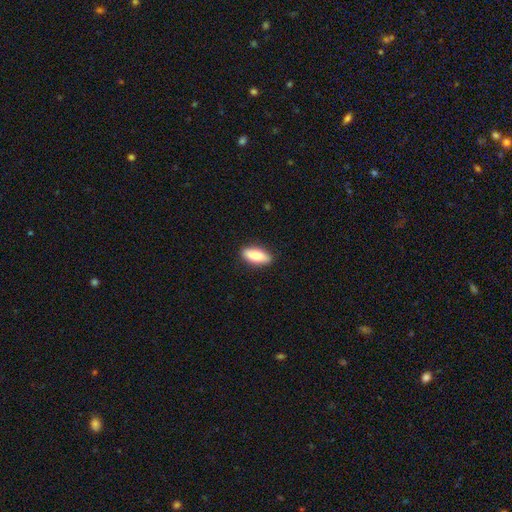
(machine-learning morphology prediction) This appears to be a smooth galaxy with no disk features (82%) that is in between round and cigar-shaped (74%). Merging: none (88%).